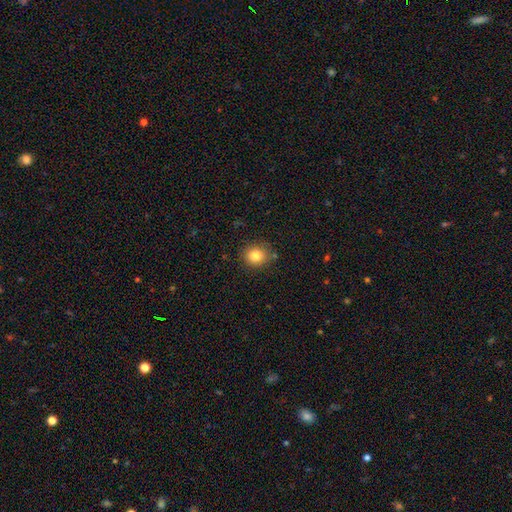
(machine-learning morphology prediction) A smooth galaxy with no disk features (82%) that is round (81%).

Vote fractions:
- Smooth or featured? smooth: 82% / star or artifact: 11% / featured or disk: 7%
- How rounded? round: 81% / in between: 18% / cigar-shaped: 1%
- Merging? none: 84% / minor disturbance: 11% / major disturbance: 3% / merger: 2%